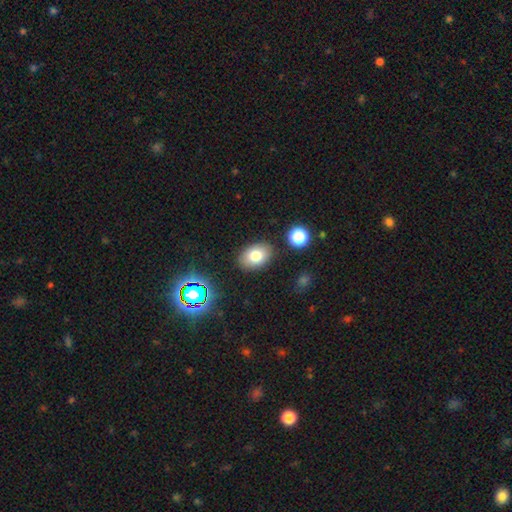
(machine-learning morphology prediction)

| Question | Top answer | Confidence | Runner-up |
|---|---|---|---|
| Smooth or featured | smooth | 78% | star or artifact (11%) |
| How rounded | in between | 80% | round (19%) |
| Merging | none | 85% | minor disturbance (9%) |